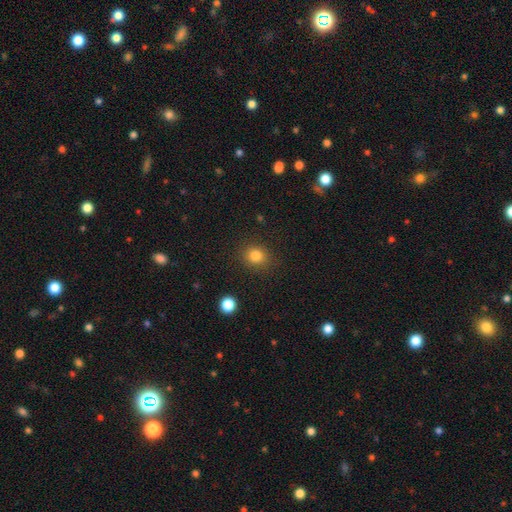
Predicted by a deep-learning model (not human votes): A smooth galaxy with no disk features (82%) that is round (79%).

Vote fractions:
- Smooth or featured? smooth: 82% / star or artifact: 12% / featured or disk: 6%
- How rounded? round: 79% / in between: 20% / cigar-shaped: 1%
- Merging? none: 87% / minor disturbance: 8% / major disturbance: 3% / merger: 2%